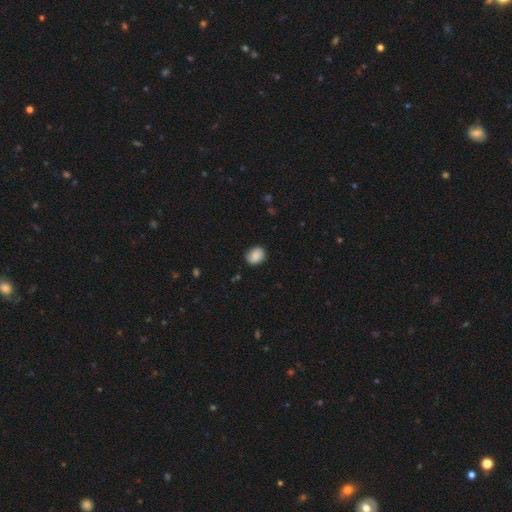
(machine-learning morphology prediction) The model was most divided on "how rounded": round: 51%, in between: 48%, cigar-shaped: 1%. More confident: smooth or featured — smooth (86%); merging — none (82%).